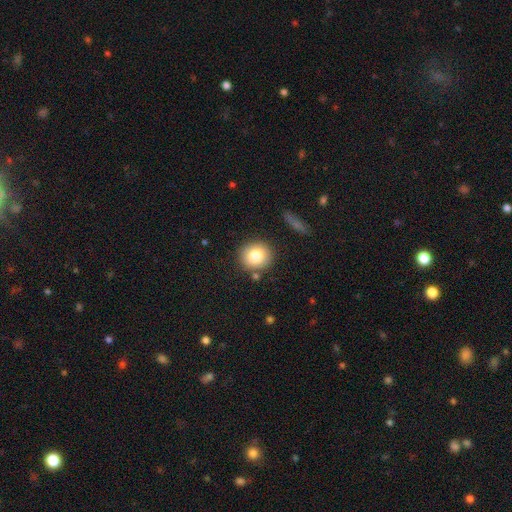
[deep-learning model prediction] smooth_or_featured: smooth (p=0.79) [alt: featured or disk p=0.11]
how_rounded: round (p=0.89) [alt: in between p=0.10]
merging: none (p=0.84) [alt: minor disturbance p=0.08]